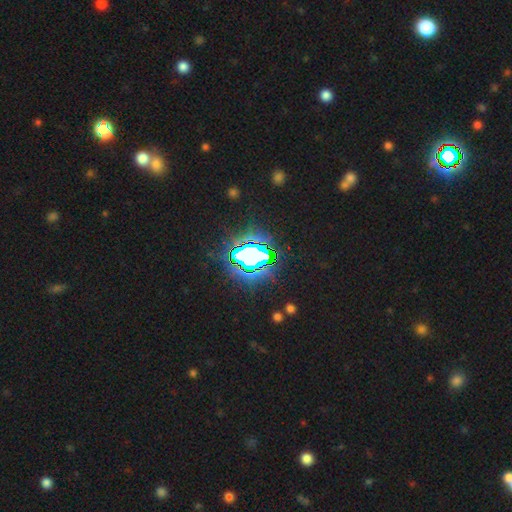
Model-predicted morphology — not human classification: Smooth or featured: star or artifact — 74% (smooth — 15%)